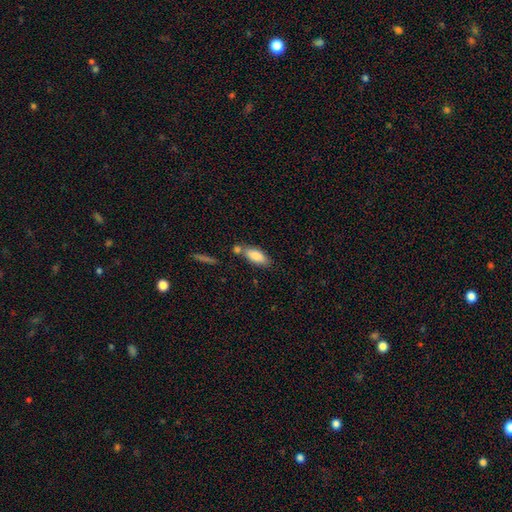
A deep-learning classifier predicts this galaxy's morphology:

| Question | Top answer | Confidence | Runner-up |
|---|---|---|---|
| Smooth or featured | smooth | 84% | featured or disk (10%) |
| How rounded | in between | 82% | cigar-shaped (15%) |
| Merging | none | 54% | merger (25%) |